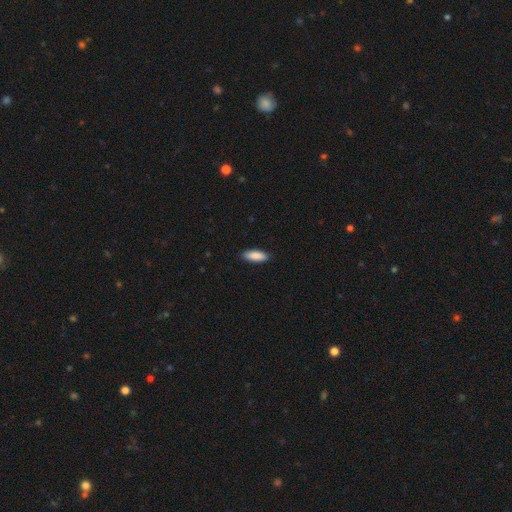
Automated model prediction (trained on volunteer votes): Smooth or featured?
  - smooth: 89% *
  - star or artifact: 6%
  - featured or disk: 5%
How rounded?
  - in between: 69% *
  - cigar-shaped: 29%
  - round: 2%
Merging?
  - none: 89% *
  - minor disturbance: 8%
  - major disturbance: 2%
  - merger: 1%